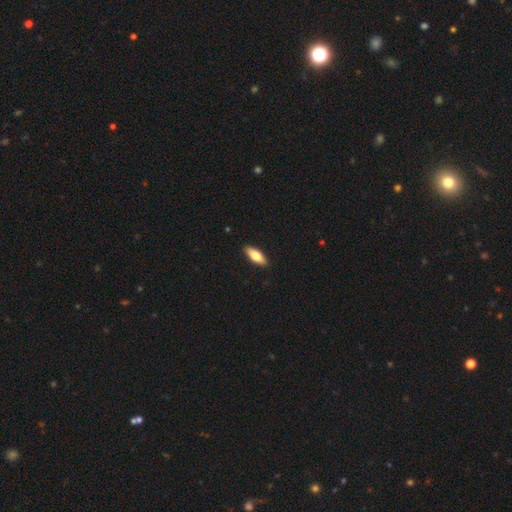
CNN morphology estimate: Smooth or featured? smooth (71%)
How rounded? in between (67%)
Merging? none (90%)